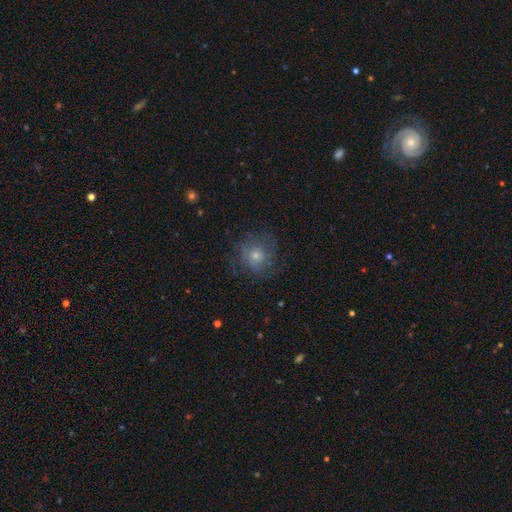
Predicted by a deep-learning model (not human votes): smooth-or-featured: smooth: 44% | featured or disk: 38% | star or artifact: 18%
  merging: none: 72% | minor disturbance: 15% | major disturbance: 11% | merger: 1%